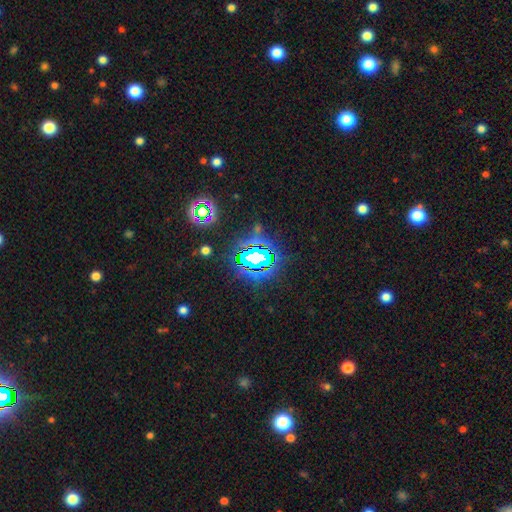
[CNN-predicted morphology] This appears to be a star or artifact, not a galaxy (76%).